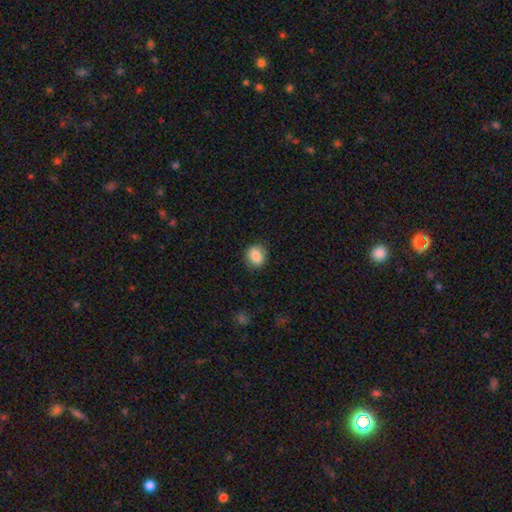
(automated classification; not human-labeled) This is clearly a smooth galaxy (86%). How rounded: possibly round (59%). Merging: clearly none (86%).